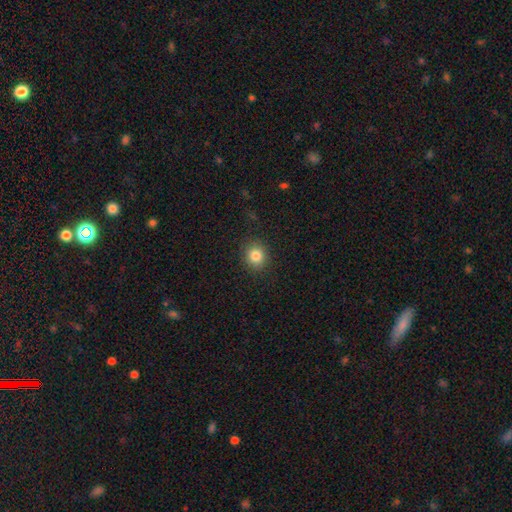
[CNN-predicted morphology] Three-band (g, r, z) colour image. It shows a smooth galaxy with no disk features (84%) that is round (79%). Merging: none (89%).